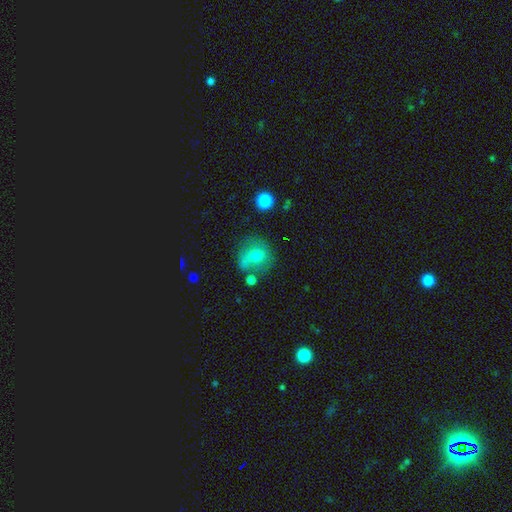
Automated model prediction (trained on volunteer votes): A smooth galaxy with no disk features (66%) that is round (79%). Merging: none (54%).